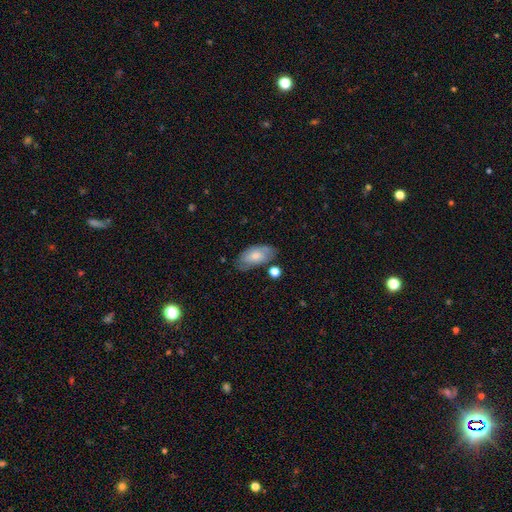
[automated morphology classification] Smooth or featured? Predicted: smooth (p=0.65). How rounded? Predicted: in between (p=0.92). Merging? Predicted: none (p=0.63).